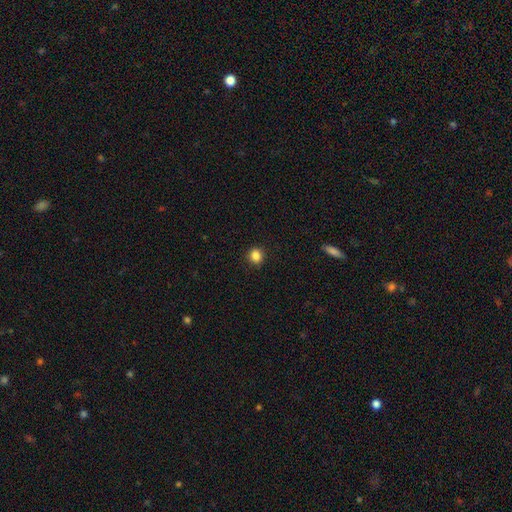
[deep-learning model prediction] Q: Smooth or featured?
A: smooth (85%); runner-up: star or artifact (11%)
Q: How rounded?
A: round (88%); runner-up: in between (11%)
Q: Merging?
A: none (91%); runner-up: minor disturbance (6%)